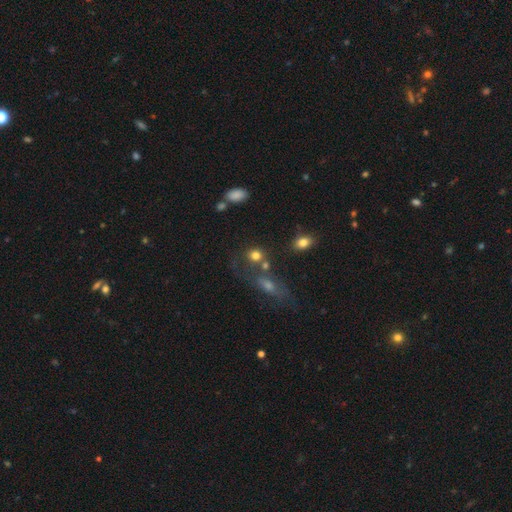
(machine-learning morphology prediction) type=smooth (77%); roundness=round (75%); merging=none (52%).